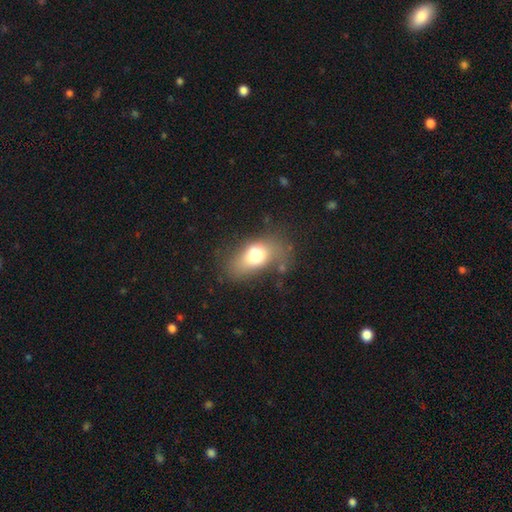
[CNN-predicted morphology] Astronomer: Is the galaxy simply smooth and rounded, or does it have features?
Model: smooth — 68%.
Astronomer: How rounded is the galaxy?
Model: in between — 85%.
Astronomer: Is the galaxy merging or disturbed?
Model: none — 45% (runner-up: minor disturbance, 27%).